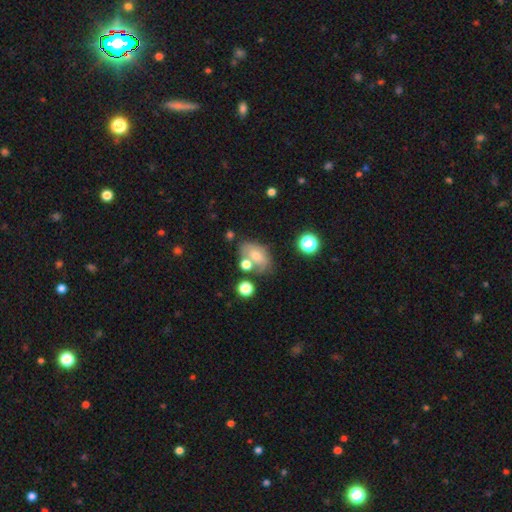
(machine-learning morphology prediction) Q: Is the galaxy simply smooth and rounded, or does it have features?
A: smooth — 63%.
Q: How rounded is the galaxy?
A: in between — 81%.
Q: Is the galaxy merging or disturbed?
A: none — 48%.